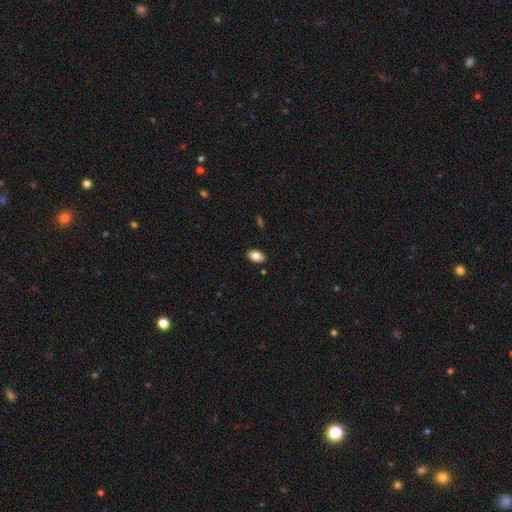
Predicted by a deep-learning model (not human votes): Smooth or featured?
  - smooth: 82% *
  - featured or disk: 10%
  - star or artifact: 8%
How rounded?
  - in between: 90% *
  - round: 9%
  - cigar-shaped: 2%
Merging?
  - none: 88% *
  - minor disturbance: 8%
  - major disturbance: 2%
  - merger: 1%